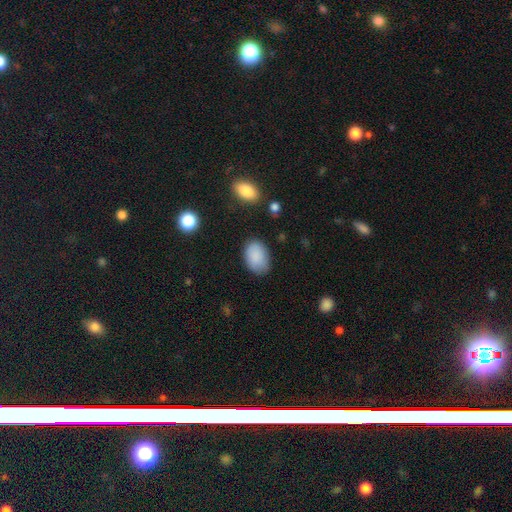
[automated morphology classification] The model was most divided on "merging": none: 79%, minor disturbance: 16%, major disturbance: 4%, merger: 2%. More confident: smooth or featured — smooth (88%); how rounded — in between (87%).